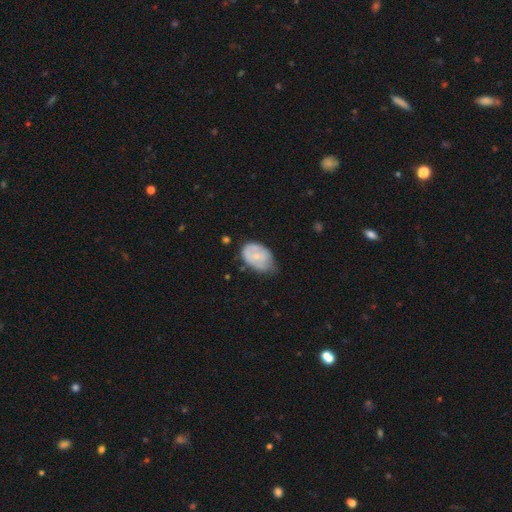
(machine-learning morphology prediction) Smooth or featured: smooth — 53% (featured or disk — 40%)
How rounded: in between — 86% (round — 13%)
Merging: minor disturbance — 43% (none — 42%)